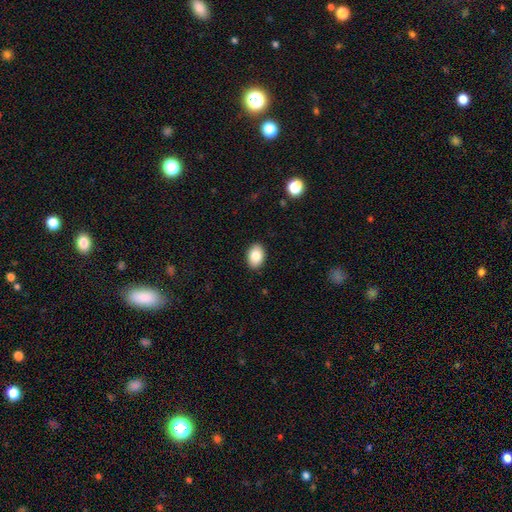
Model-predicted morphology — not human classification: This is clearly a smooth galaxy (85%). How rounded: clearly in between (84%). Merging: clearly none (90%).